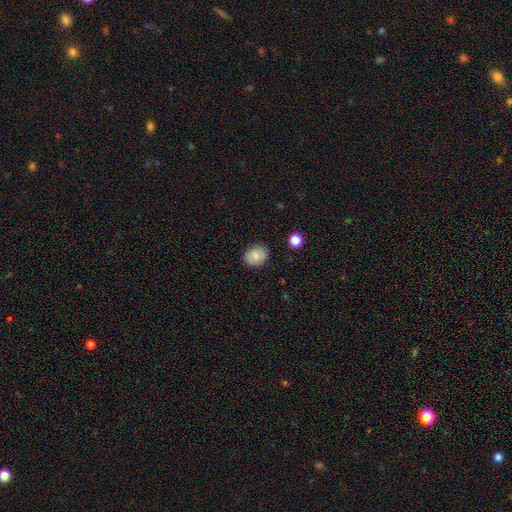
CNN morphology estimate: This is likely a smooth galaxy (79%). How rounded: possibly round (59%). Merging: clearly none (86%).